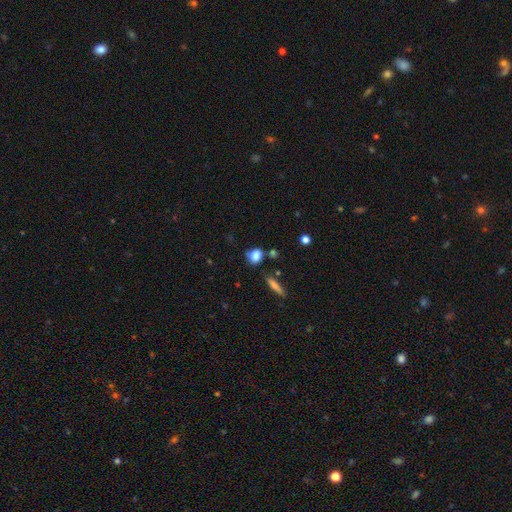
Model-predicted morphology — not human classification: Smooth or featured? Predicted: smooth (p=0.82). How rounded? Predicted: round (p=0.59). Merging? Predicted: none (p=0.62).